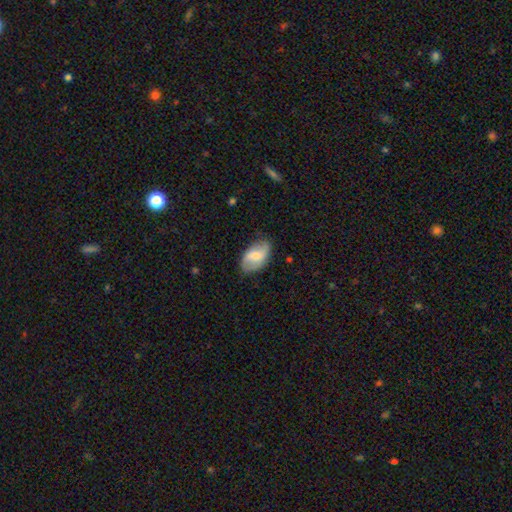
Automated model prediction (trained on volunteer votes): Smooth or featured?
  - smooth: 54% *
  - featured or disk: 39%
  - star or artifact: 7%
How rounded?
  - in between: 92% *
  - round: 6%
  - cigar-shaped: 2%
Merging?
  - none: 72% *
  - minor disturbance: 22%
  - major disturbance: 5%
  - merger: 1%